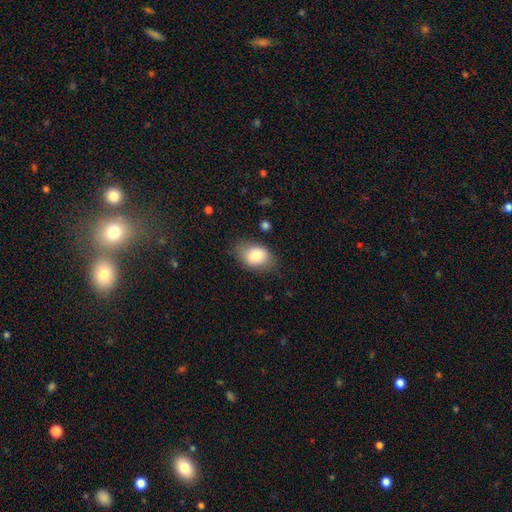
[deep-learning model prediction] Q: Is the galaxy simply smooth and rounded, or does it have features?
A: smooth — 82%.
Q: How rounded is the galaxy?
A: in between — 79%.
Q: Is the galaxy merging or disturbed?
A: none — 73%.